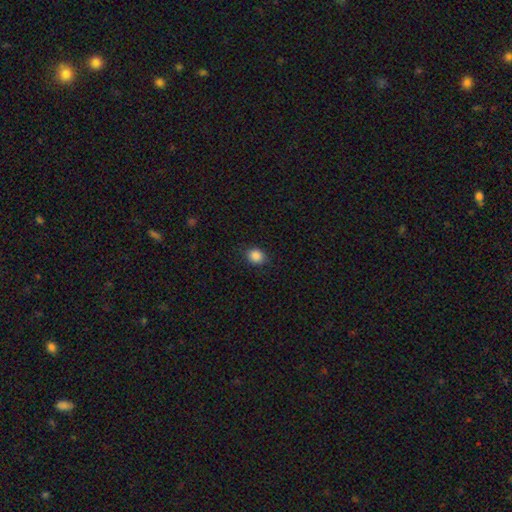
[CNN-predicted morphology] smooth 87%, star or artifact 10%, featured or disk 3%. Down the decision tree: how rounded — round (65%); merging — none (87%).